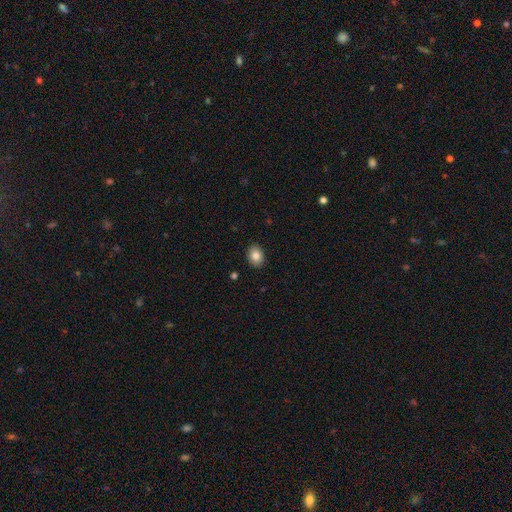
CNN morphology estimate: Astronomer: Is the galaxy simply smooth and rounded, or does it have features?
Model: smooth — 84%.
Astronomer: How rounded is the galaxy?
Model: in between — 66%.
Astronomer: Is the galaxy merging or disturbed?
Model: none — 90%.